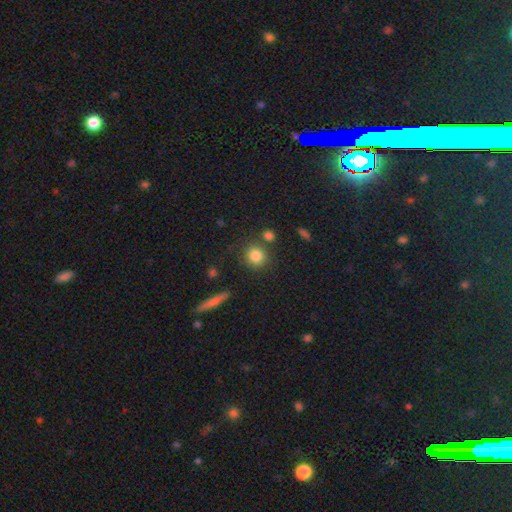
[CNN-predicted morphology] Smooth or featured? smooth (84%)
How rounded? round (86%)
Merging? none (78%)